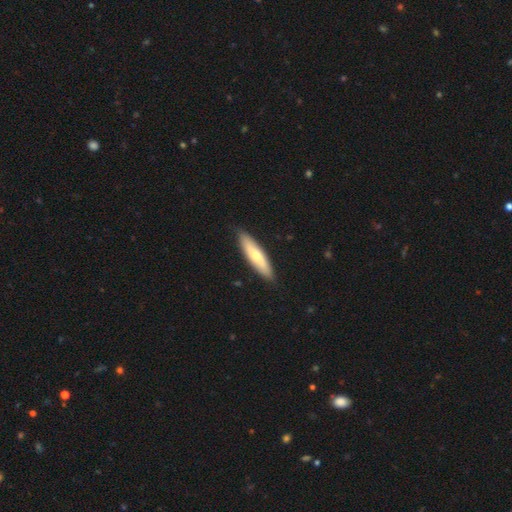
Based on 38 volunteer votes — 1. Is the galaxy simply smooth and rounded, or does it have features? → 71% smooth, 24% featured or disk, 5% star or artifact.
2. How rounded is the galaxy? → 70% cigar-shaped, 26% in between, 4% round.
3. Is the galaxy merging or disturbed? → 92% none, 6% minor disturbance, 3% merger, 0% major disturbance.